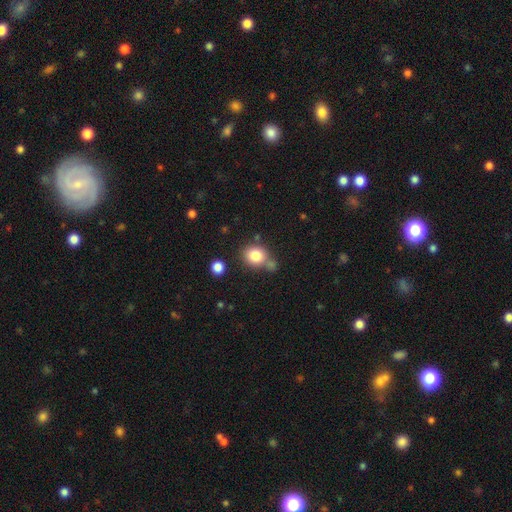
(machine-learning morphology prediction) A smooth galaxy with no disk features (81%) that is round (72%). Merging: none (59%).